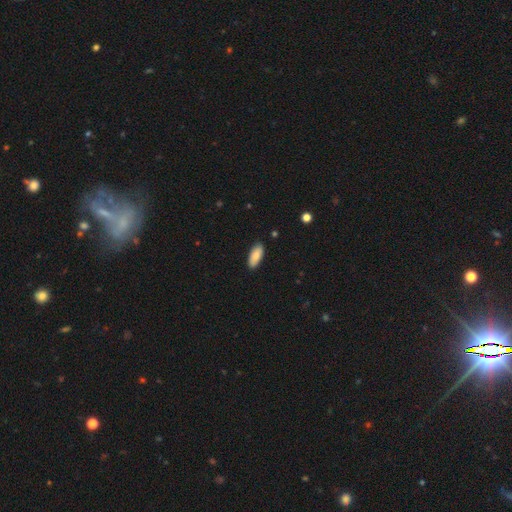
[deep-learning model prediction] Overall: smooth (86%). How rounded: in between (84%). Merging: none (88%).